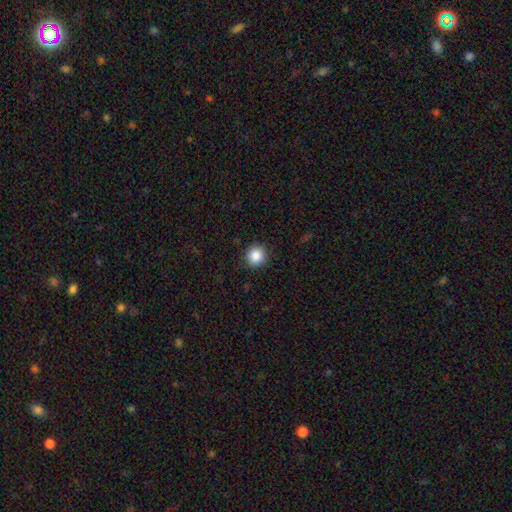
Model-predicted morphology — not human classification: The model was most divided on "smooth or featured": smooth: 87%, star or artifact: 9%, featured or disk: 4%. More confident: how rounded — round (94%); merging — none (91%).